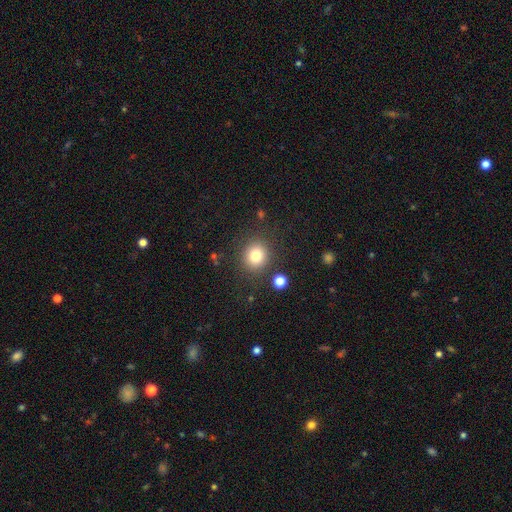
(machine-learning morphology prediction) smooth 80%, star or artifact 12%, featured or disk 8%. Down the decision tree: how rounded — round (86%); merging — none (85%).